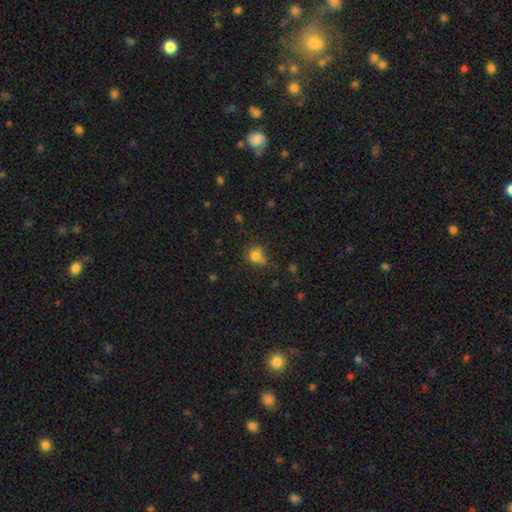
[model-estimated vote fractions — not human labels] A smooth galaxy with no disk features (80%) that is round (86%). Merging: none (63%).